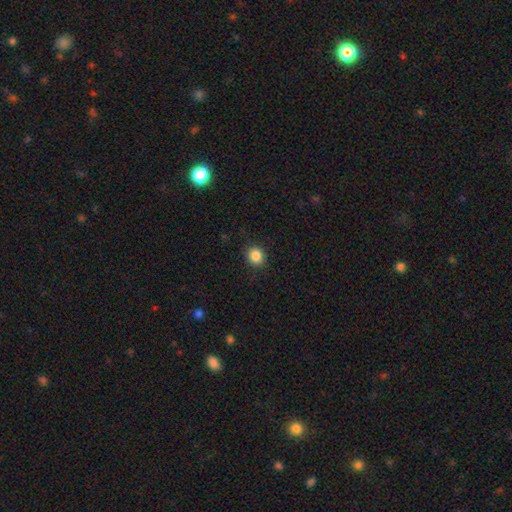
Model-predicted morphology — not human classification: type=smooth (86%); roundness=round (79%); merging=none (90%).